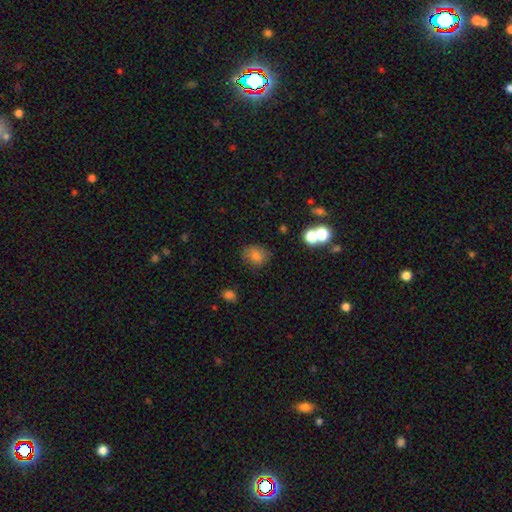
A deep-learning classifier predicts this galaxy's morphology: A smooth galaxy with no disk features (76%) that is round (72%).

Vote fractions:
- Smooth or featured? smooth: 76% / star or artifact: 14% / featured or disk: 10%
- How rounded? round: 72% / in between: 27% / cigar-shaped: 1%
- Merging? none: 77% / minor disturbance: 14% / merger: 5% / major disturbance: 4%